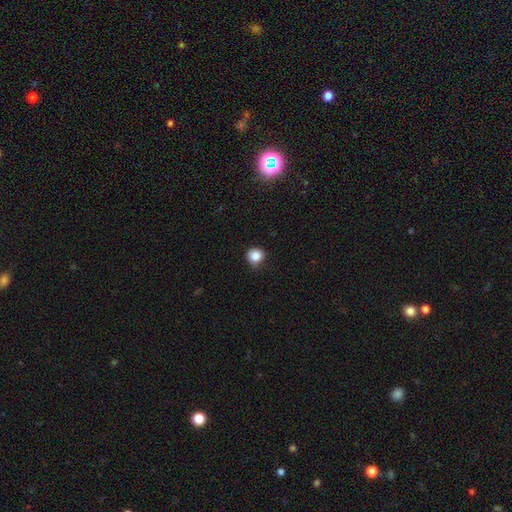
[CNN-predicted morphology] Smooth or featured?
  - smooth: 85% *
  - star or artifact: 11%
  - featured or disk: 4%
How rounded?
  - round: 88% *
  - in between: 11%
  - cigar-shaped: 1%
Merging?
  - none: 79% *
  - minor disturbance: 17%
  - major disturbance: 3%
  - merger: 1%